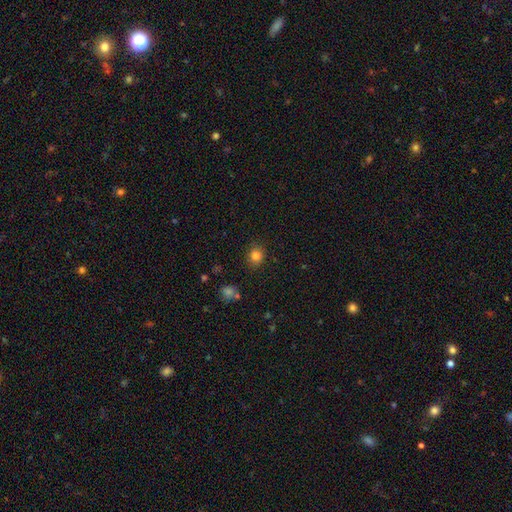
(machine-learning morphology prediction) type=smooth (81%); roundness=round (73%); merging=none (87%).